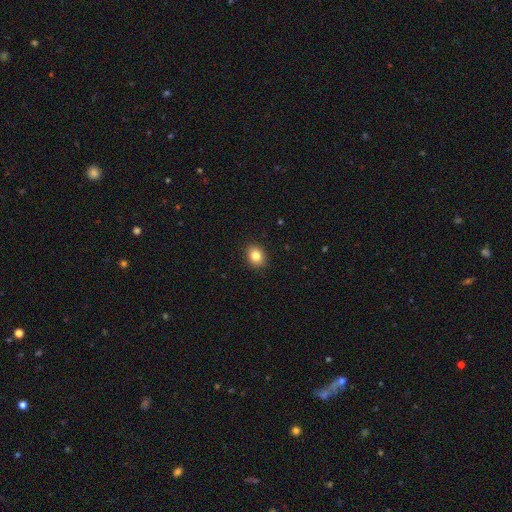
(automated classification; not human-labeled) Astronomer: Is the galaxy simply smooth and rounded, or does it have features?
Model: smooth — 84%.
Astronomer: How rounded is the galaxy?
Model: in between — 50% (runner-up: round, 49%).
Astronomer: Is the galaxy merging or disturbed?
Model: none — 91%.